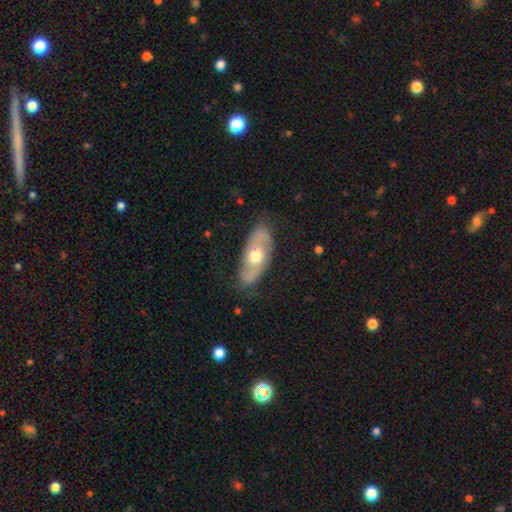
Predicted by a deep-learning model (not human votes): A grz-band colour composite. It shows a featured or disk galaxy (49%). Merging: none (74%).